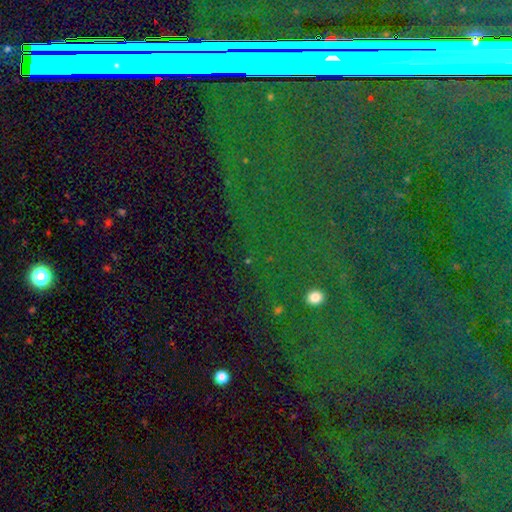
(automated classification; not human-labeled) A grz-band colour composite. It shows a star or artifact, not a galaxy (81%).